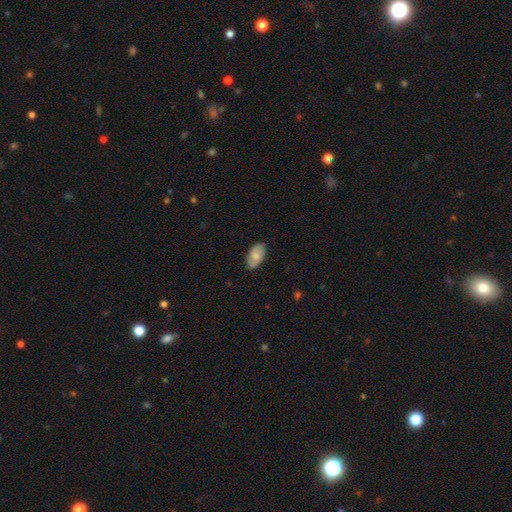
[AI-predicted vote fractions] Q: Smooth or featured?
A: smooth (68%); runner-up: featured or disk (26%)
Q: How rounded?
A: in between (95%); runner-up: round (3%)
Q: Merging?
A: none (83%); runner-up: minor disturbance (14%)